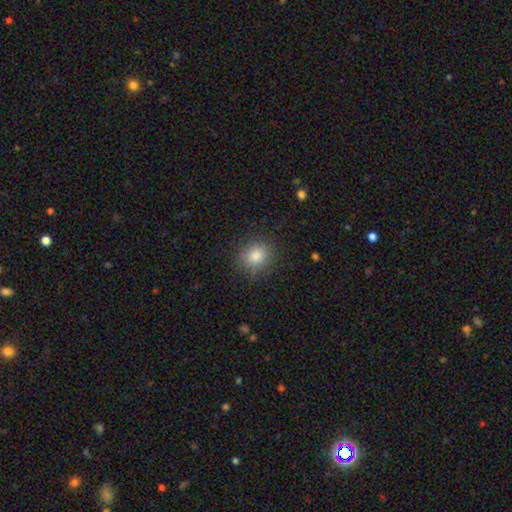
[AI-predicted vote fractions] Smooth or featured?
  - smooth: 84% *
  - star or artifact: 11%
  - featured or disk: 5%
How rounded?
  - round: 81% *
  - in between: 18%
  - cigar-shaped: 1%
Merging?
  - none: 87% *
  - minor disturbance: 9%
  - major disturbance: 3%
  - merger: 1%